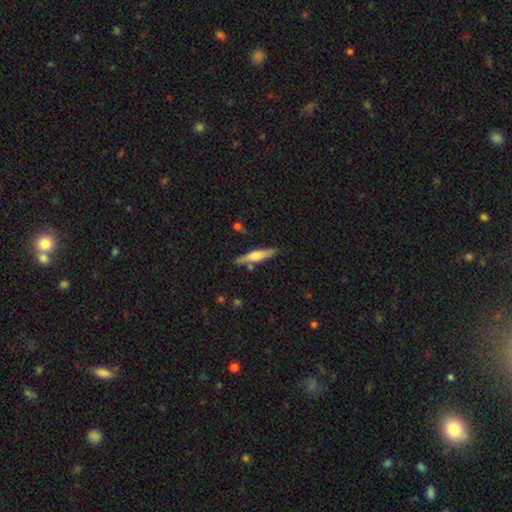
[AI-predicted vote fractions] Q: Smooth or featured?
A: smooth (51%); runner-up: featured or disk (43%)
Q: How rounded?
A: cigar-shaped (87%); runner-up: in between (12%)
Q: Merging?
A: none (81%); runner-up: minor disturbance (12%)